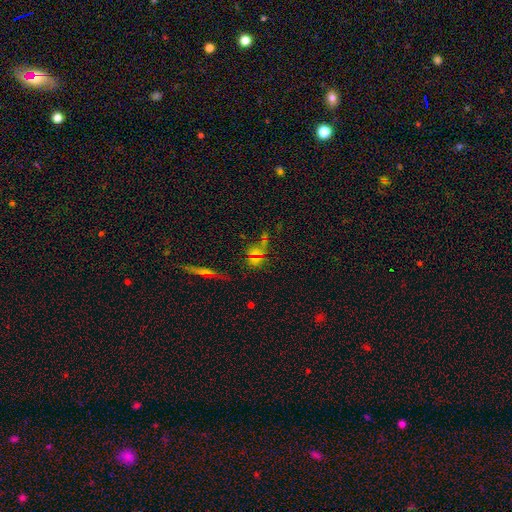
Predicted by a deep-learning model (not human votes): Q: Smooth or featured?
A: star or artifact (46%); runner-up: smooth (32%)